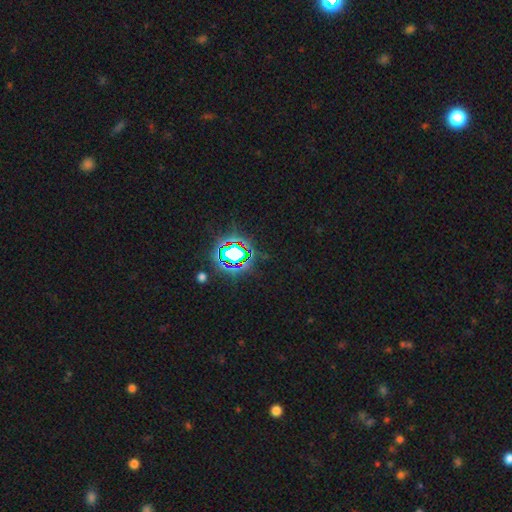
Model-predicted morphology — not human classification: This is clearly a star or artifact rather than a galaxy (81%).